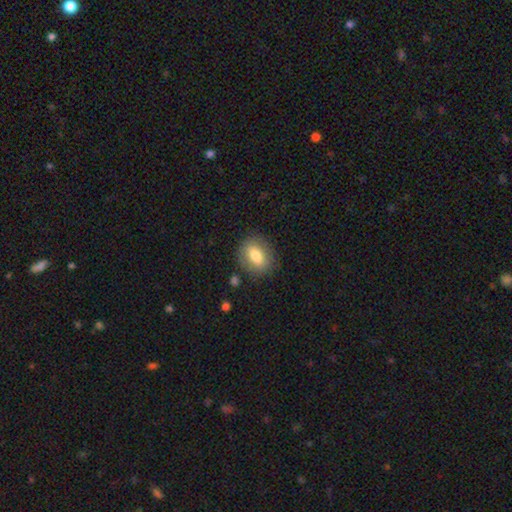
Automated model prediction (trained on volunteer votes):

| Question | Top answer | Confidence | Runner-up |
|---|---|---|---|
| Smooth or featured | smooth | 75% | featured or disk (17%) |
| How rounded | in between | 58% | round (40%) |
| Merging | none | 83% | minor disturbance (11%) |